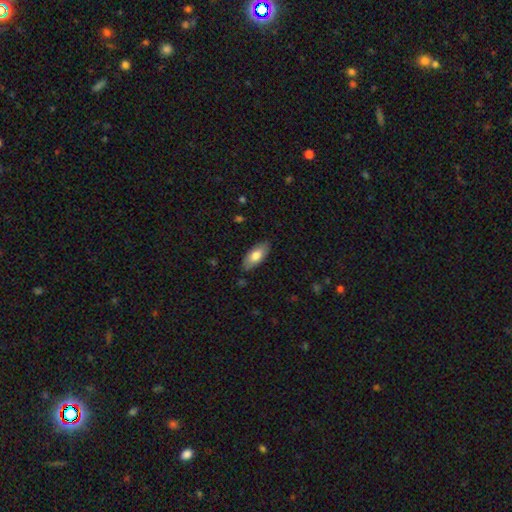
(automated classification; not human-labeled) A smooth galaxy with no disk features (76%) that is in between round and cigar-shaped (87%). Merging: none (85%).